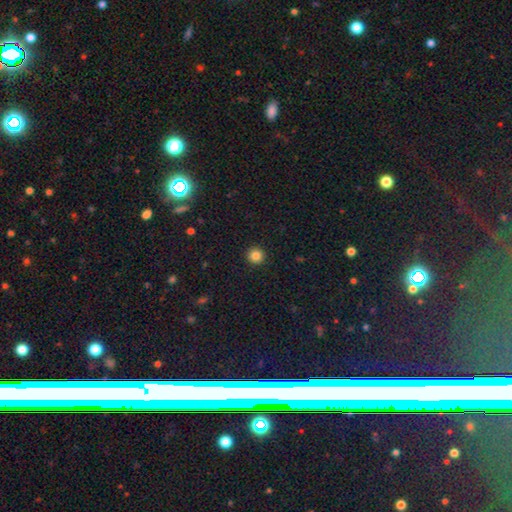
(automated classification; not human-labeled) smooth 85%, star or artifact 11%, featured or disk 4%. Down the decision tree: how rounded — round (95%); merging — none (93%).